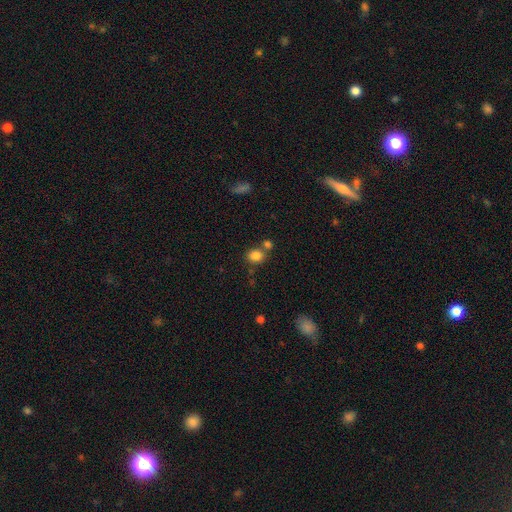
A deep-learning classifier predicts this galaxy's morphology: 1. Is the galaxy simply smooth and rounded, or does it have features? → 83% smooth, 11% star or artifact, 6% featured or disk.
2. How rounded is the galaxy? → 64% round, 35% in between, 1% cigar-shaped.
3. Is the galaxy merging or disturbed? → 65% none, 21% merger, 11% minor disturbance, 4% major disturbance.